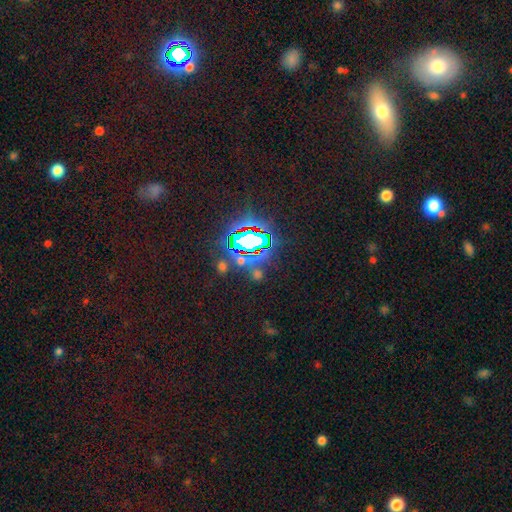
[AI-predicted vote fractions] Q: Smooth or featured?
A: star or artifact (73%); runner-up: smooth (16%)